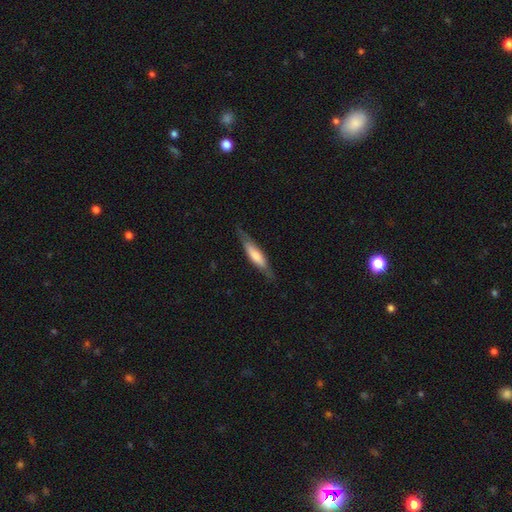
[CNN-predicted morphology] smooth_or_featured: smooth (p=0.54) [alt: featured or disk p=0.41]
how_rounded: cigar-shaped (p=0.77) [alt: in between p=0.21]
merging: none (p=0.76) [alt: minor disturbance p=0.18]